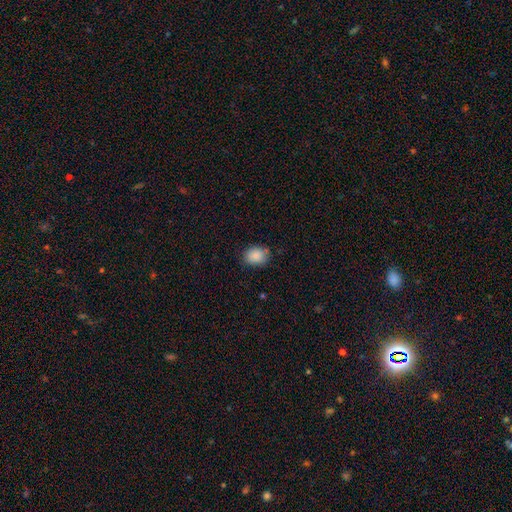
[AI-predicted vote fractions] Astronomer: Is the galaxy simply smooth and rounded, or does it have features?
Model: smooth — 88%.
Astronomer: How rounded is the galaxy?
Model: in between — 53% (runner-up: round, 46%).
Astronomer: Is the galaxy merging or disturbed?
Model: none — 77%.